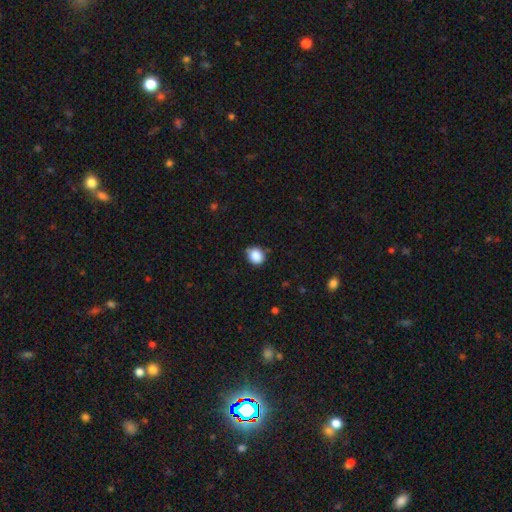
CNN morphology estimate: Smooth or featured?
  - smooth: 86% *
  - star or artifact: 9%
  - featured or disk: 4%
How rounded?
  - round: 70% *
  - in between: 29%
  - cigar-shaped: 1%
Merging?
  - none: 72% *
  - minor disturbance: 22%
  - major disturbance: 4%
  - merger: 2%